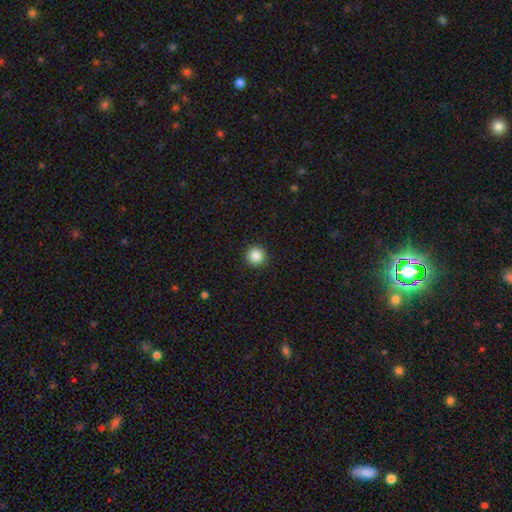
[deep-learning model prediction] A smooth galaxy with no disk features (87%) that is round (96%). Merging: none (92%).